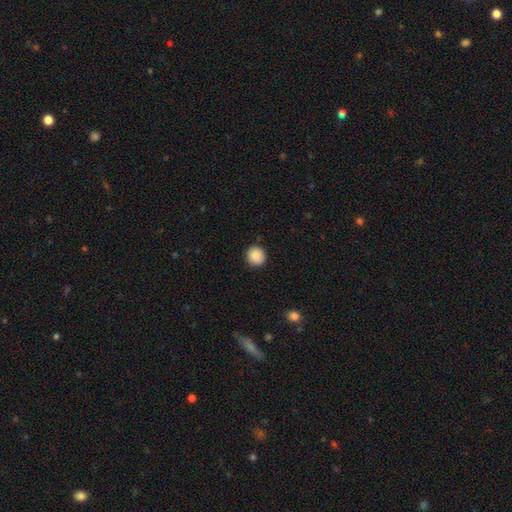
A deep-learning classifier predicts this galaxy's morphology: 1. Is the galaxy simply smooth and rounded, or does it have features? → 89% smooth, 8% star or artifact, 3% featured or disk.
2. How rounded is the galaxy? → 93% round, 6% in between, 1% cigar-shaped.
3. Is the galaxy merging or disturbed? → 91% none, 6% minor disturbance, 2% major disturbance, 1% merger.